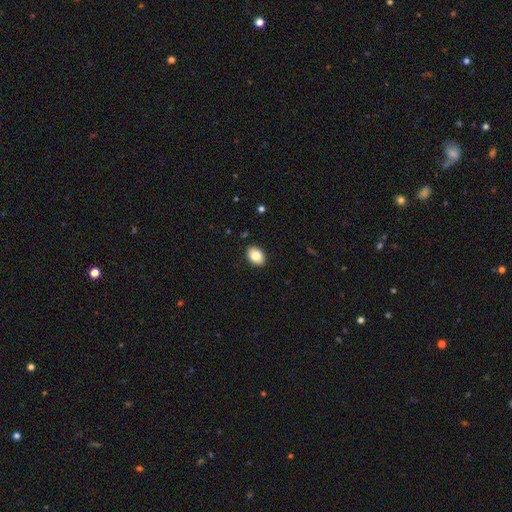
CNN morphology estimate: smooth 85%, featured or disk 8%, star or artifact 8%. Down the decision tree: how rounded — in between (79%); merging — none (90%).